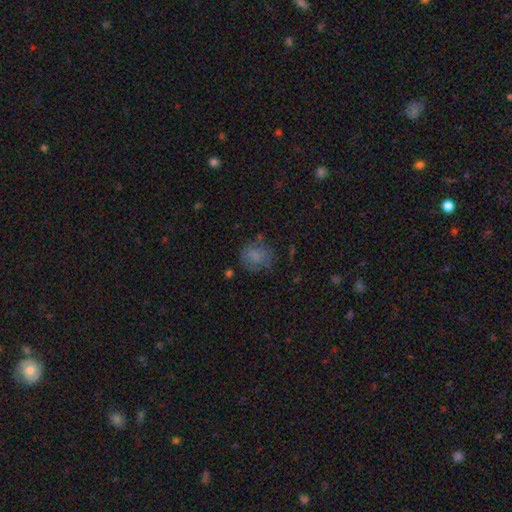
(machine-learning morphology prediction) Q: Smooth or featured?
A: smooth (71%); runner-up: featured or disk (16%)
Q: How rounded?
A: round (74%); runner-up: in between (25%)
Q: Merging?
A: none (64%); runner-up: minor disturbance (21%)